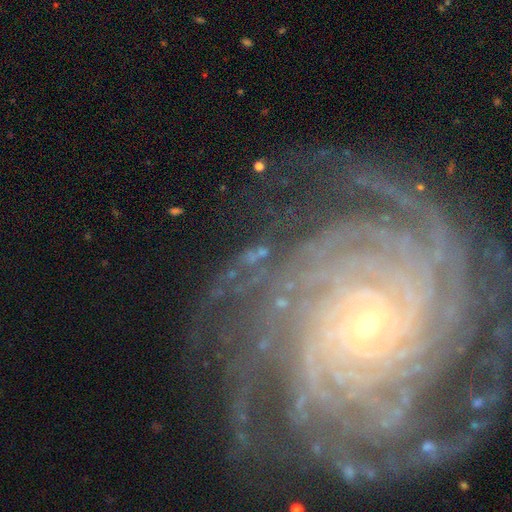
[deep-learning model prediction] Smooth or featured? featured or disk (44%)
Merging? none (65%)